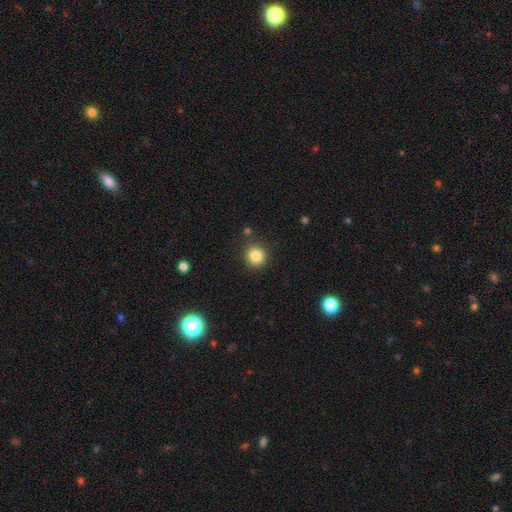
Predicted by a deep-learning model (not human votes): Morphology: type=smooth (85%); roundness=round (90%); merging=none (87%).